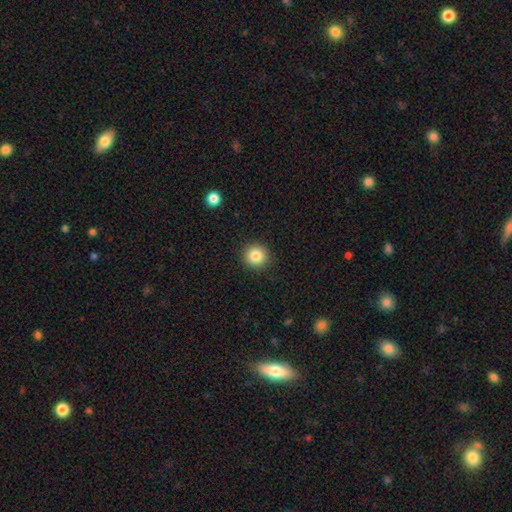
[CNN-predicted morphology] Overall: smooth (83%). How rounded: round (94%). Merging: none (92%).